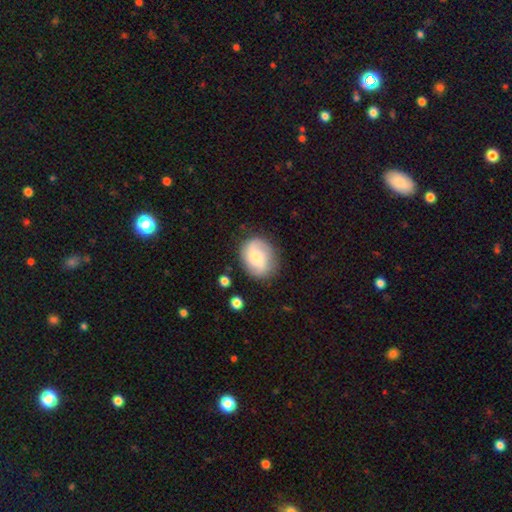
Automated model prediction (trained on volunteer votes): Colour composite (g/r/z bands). It shows a featured or disk galaxy (50%). Merging: none (78%).